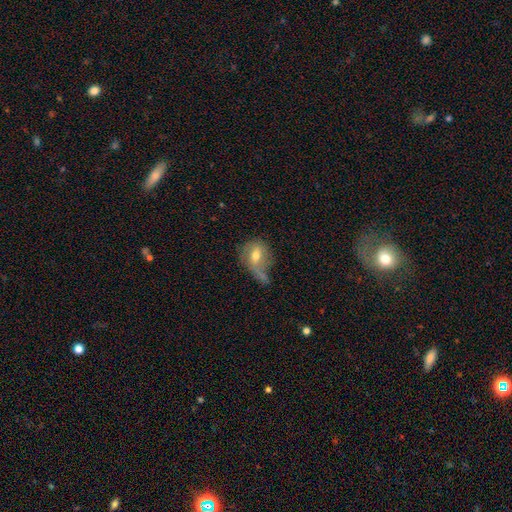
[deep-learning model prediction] Overall: smooth (56%; featured or disk 35%). How rounded: in between (57%; round 40%). Merging: none (32%; major disturbance 29%).